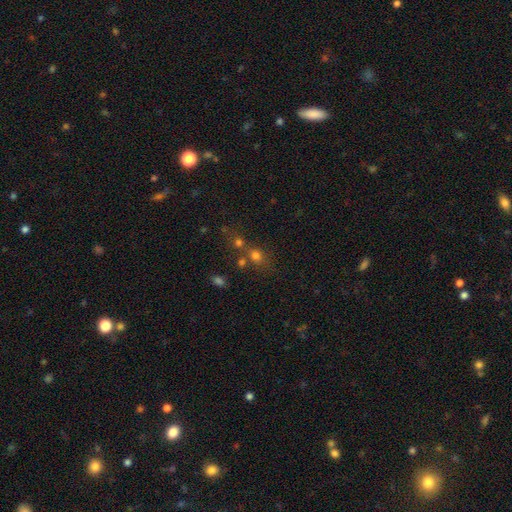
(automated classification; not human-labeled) Overall: smooth (69%). How rounded: round (74%). Merging: none (51%; merger 34%).